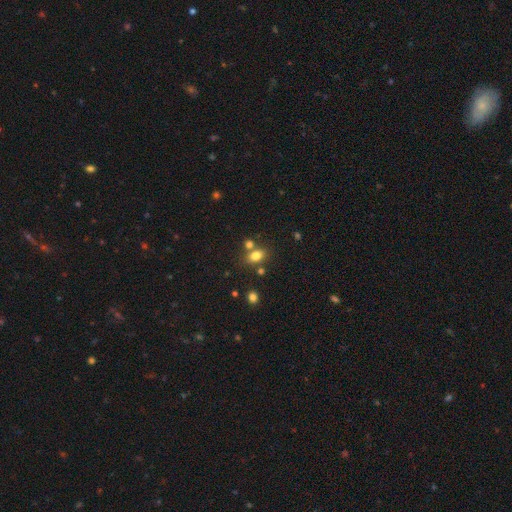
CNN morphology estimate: smooth-or-featured: smooth: 79% | star or artifact: 12% | featured or disk: 9%
  how-rounded: in between: 77% | round: 21% | cigar-shaped: 2%
  merging: none: 63% | merger: 21% | minor disturbance: 12% | major disturbance: 4%